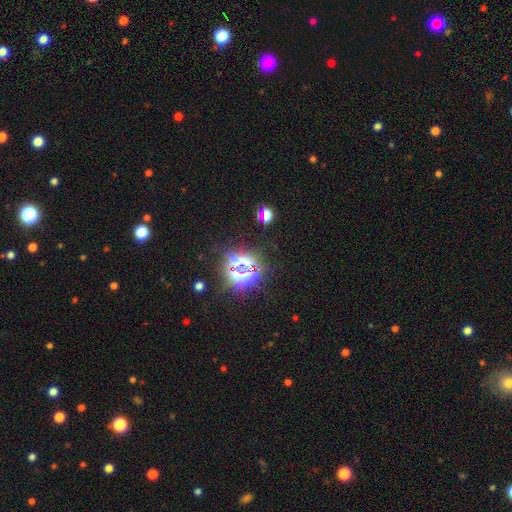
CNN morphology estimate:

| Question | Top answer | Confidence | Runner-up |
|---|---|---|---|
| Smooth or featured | star or artifact | 80% | smooth (13%) |